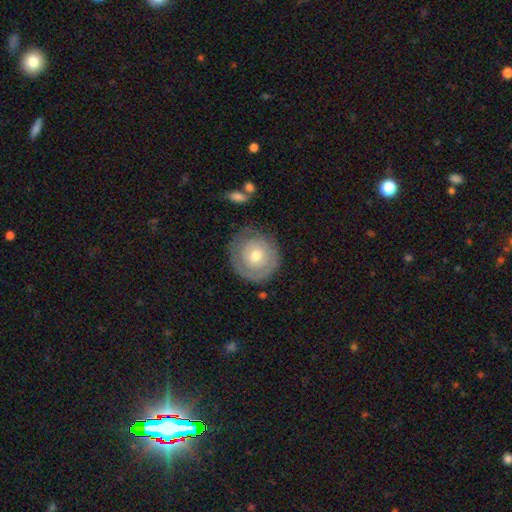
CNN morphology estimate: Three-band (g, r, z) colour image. It shows a featured or disk galaxy (49%). Merging: none (73%).